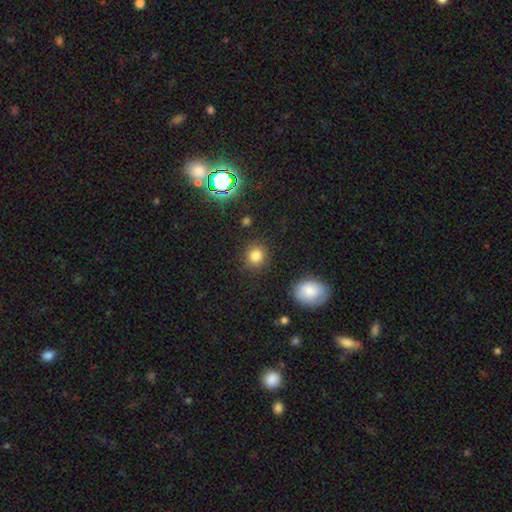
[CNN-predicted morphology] Q: Smooth or featured?
A: smooth (82%); runner-up: star or artifact (13%)
Q: How rounded?
A: round (85%); runner-up: in between (14%)
Q: Merging?
A: none (88%); runner-up: minor disturbance (7%)